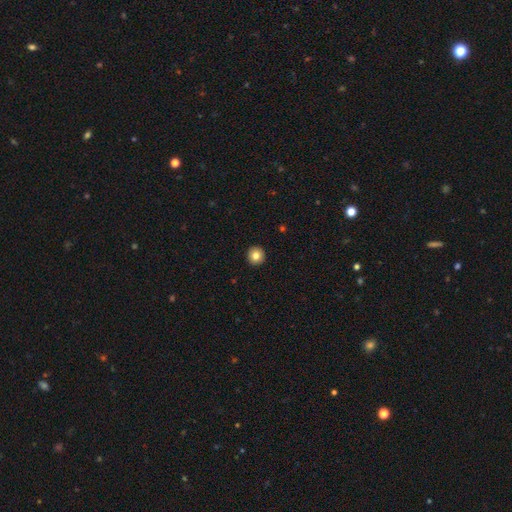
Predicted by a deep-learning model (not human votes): The model was most divided on "smooth or featured": smooth: 82%, star or artifact: 10%, featured or disk: 8%. More confident: how rounded — round (95%); merging — none (94%).